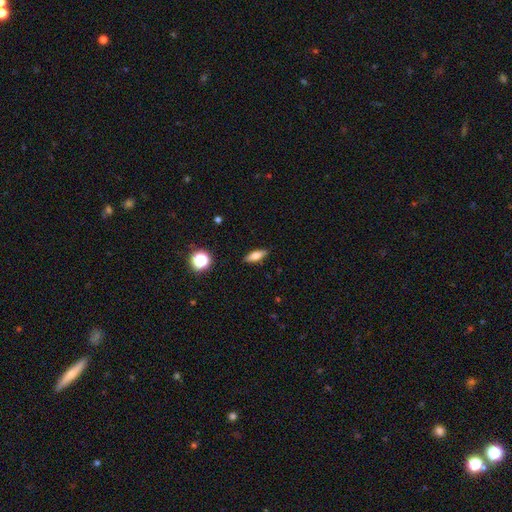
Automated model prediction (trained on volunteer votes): Morphology: type=smooth (68%); roundness=in between (59%); merging=none (88%).